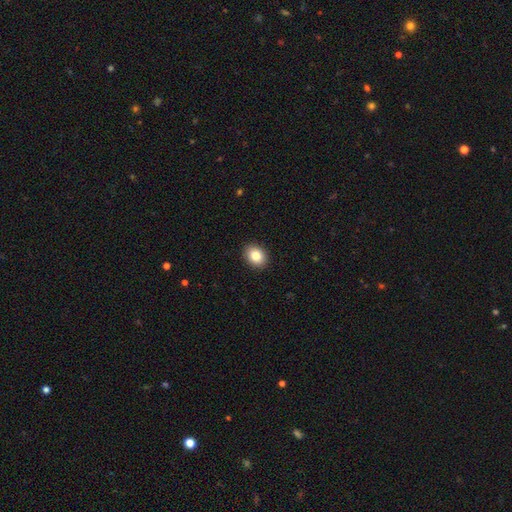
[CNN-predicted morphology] smooth_or_featured: smooth (p=0.84) [alt: star or artifact p=0.09]
how_rounded: in between (p=0.53) [alt: round p=0.46]
merging: none (p=0.91) [alt: minor disturbance p=0.06]